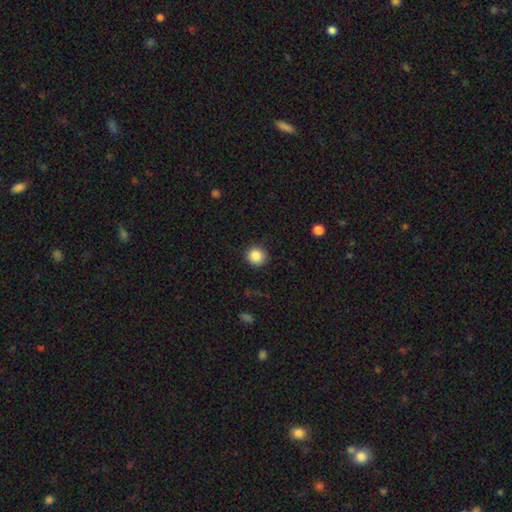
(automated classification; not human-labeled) smooth-or-featured: smooth: 87% | star or artifact: 9% | featured or disk: 4%
  how-rounded: round: 93% | in between: 6% | cigar-shaped: 1%
  merging: none: 90% | minor disturbance: 7% | major disturbance: 2% | merger: 1%